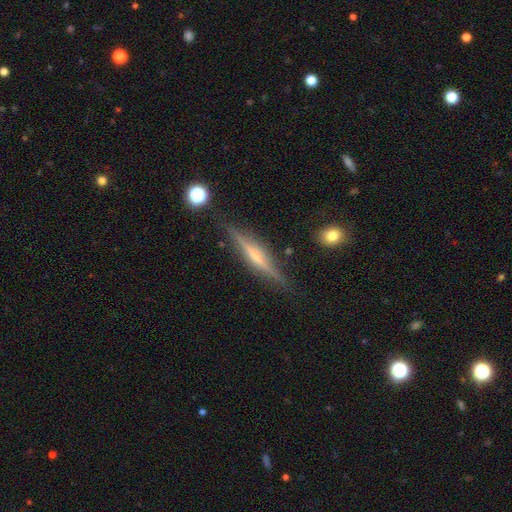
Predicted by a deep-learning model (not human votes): Smooth or featured? featured or disk (76%)
Edge-on disk? yes (97%)
Edge-on bulge? rounded (62%)
Merging? none (86%)